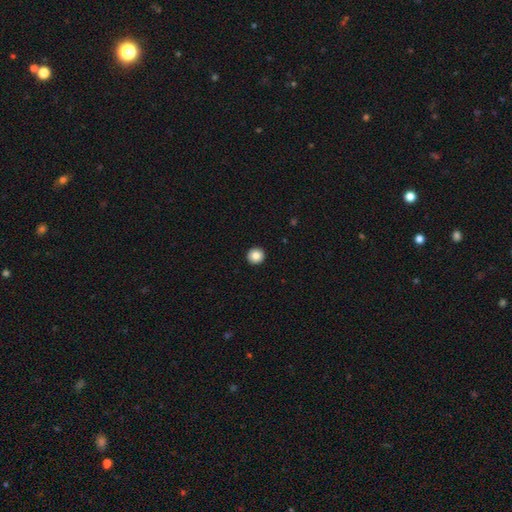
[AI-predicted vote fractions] This is clearly a smooth galaxy (85%). How rounded: clearly round (95%). Merging: clearly none (94%).